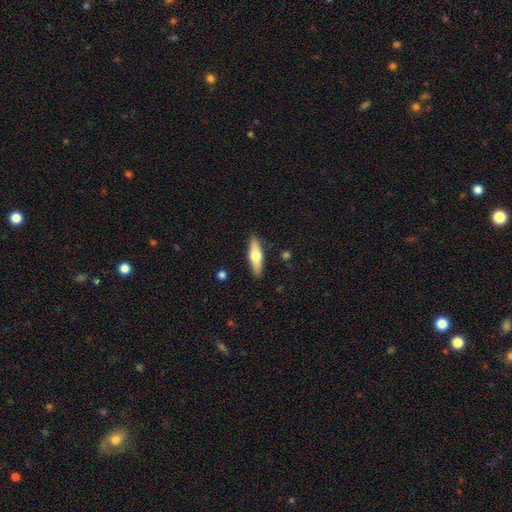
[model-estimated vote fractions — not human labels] The model was most divided on "how rounded": cigar-shaped: 55%, in between: 42%, round: 2%. More confident: merging — none (88%); smooth or featured — smooth (58%).